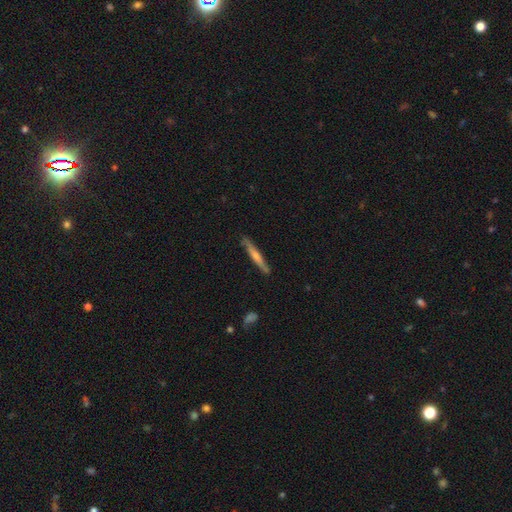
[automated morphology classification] Smooth or featured? featured or disk (59%)
Edge-on disk? yes (95%)
Edge-on bulge? rounded (68%)
Merging? none (88%)